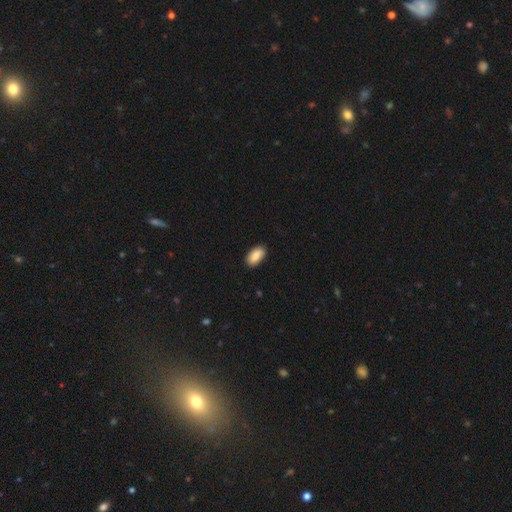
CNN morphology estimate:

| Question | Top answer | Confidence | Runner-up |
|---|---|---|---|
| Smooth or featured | smooth | 87% | featured or disk (7%) |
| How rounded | in between | 93% | cigar-shaped (4%) |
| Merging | none | 87% | minor disturbance (10%) |